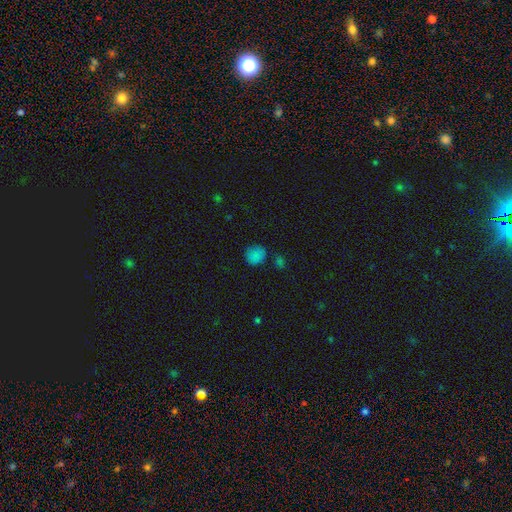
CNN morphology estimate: The model was most divided on "merging": none: 73%, minor disturbance: 15%, merger: 8%, major disturbance: 4%. More confident: how rounded — round (83%); smooth or featured — smooth (78%).